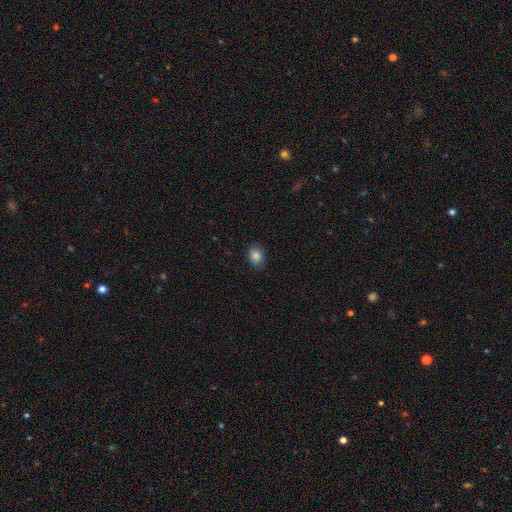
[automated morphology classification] smooth 86%, star or artifact 9%, featured or disk 5%. Down the decision tree: how rounded — in between (74%); merging — none (84%).